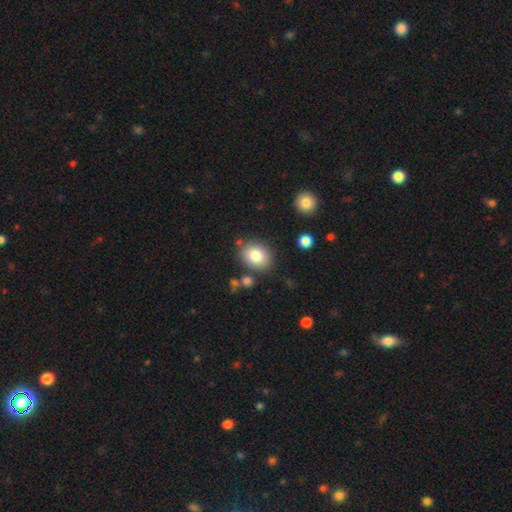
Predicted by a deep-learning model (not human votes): smooth_or_featured: smooth (p=0.81) [alt: featured or disk p=0.09]
how_rounded: round (p=0.56) [alt: in between p=0.43]
merging: none (p=0.81) [alt: minor disturbance p=0.10]